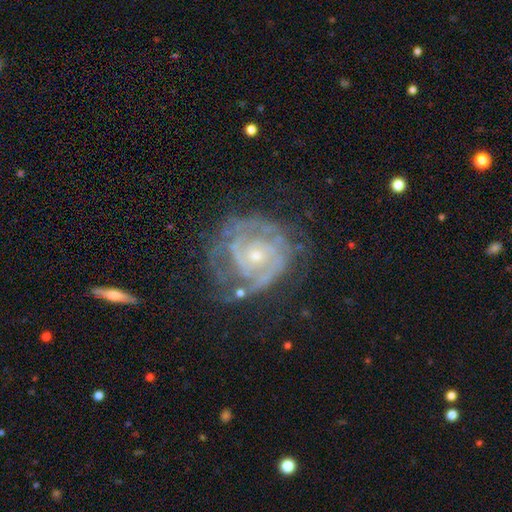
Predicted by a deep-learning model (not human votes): Smooth or featured?
  - featured or disk: 85% *
  - smooth: 8%
  - star or artifact: 7%
Edge-on disk?
  - no: 98% *
  - yes: 2%
Bar?
  - no: 73% *
  - weak: 22%
  - strong: 5%
Spiral arms?
  - yes: 91% *
  - no: 9%
Spiral winding?
  - tight: 66% *
  - medium: 27%
  - loose: 7%
Spiral arm count?
  - 2: 34% *
  - can't tell: 32%
  - 3: 17%
  - 4: 7%
  - 1: 6%
  - more than 4: 5%
Bulge size?
  - small: 69% *
  - moderate: 27%
  - none: 2%
  - large: 2%
  - dominant: 1%
Merging?
  - none: 60% *
  - minor disturbance: 21%
  - major disturbance: 16%
  - merger: 3%